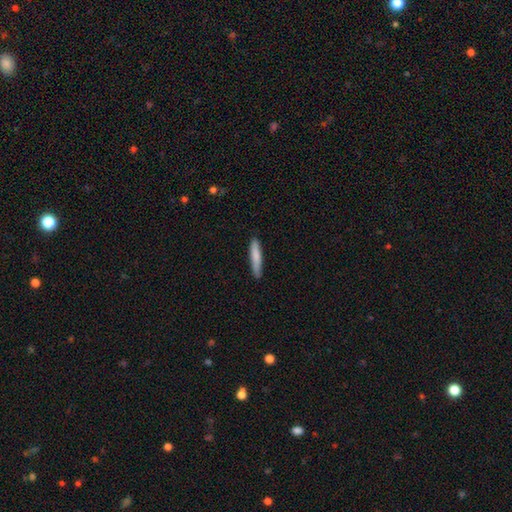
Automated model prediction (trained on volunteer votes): smooth_or_featured: smooth (p=0.80) [alt: featured or disk p=0.14]
how_rounded: cigar-shaped (p=0.91) [alt: in between p=0.08]
merging: none (p=0.86) [alt: minor disturbance p=0.11]